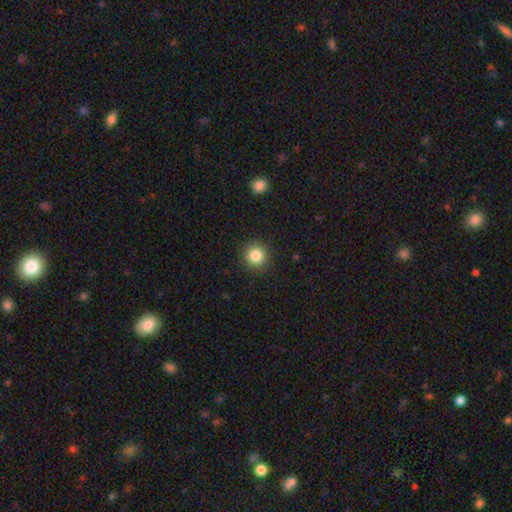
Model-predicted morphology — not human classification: Smooth or featured?
  - smooth: 84% *
  - star or artifact: 11%
  - featured or disk: 5%
How rounded?
  - round: 94% *
  - in between: 5%
  - cigar-shaped: 1%
Merging?
  - none: 91% *
  - minor disturbance: 6%
  - major disturbance: 2%
  - merger: 1%